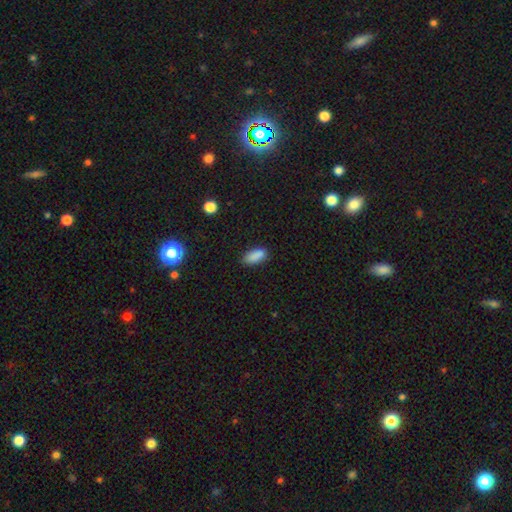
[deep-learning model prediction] The model was most divided on "merging": none: 81%, minor disturbance: 15%, major disturbance: 3%, merger: 1%. More confident: smooth or featured — smooth (88%); how rounded — in between (85%).